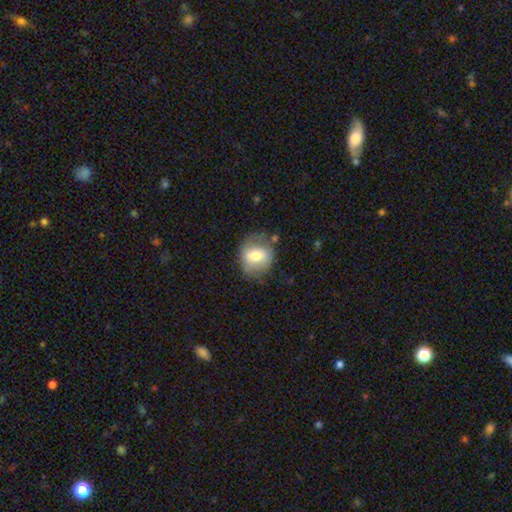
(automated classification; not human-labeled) Overall: smooth (62%; featured or disk 31%). How rounded: round (72%). Merging: none (69%).